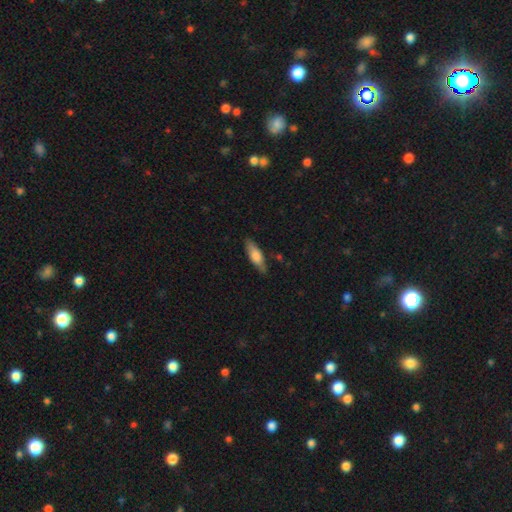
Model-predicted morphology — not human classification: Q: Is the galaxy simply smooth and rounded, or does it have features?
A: smooth — 66%.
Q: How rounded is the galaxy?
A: in between — 51%.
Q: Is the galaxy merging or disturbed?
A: none — 81%.